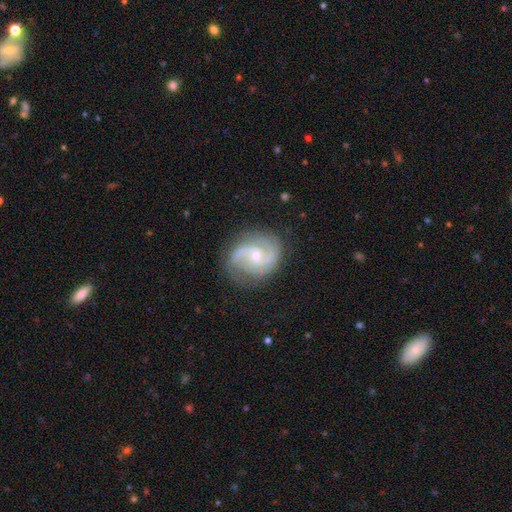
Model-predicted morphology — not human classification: smooth_or_featured: featured or disk (p=0.88) [alt: smooth p=0.07]
disk_edge_on: no (p=0.98) [alt: yes p=0.02]
bar: no (p=0.48) [alt: weak p=0.44]
has_spiral_arms: yes (p=0.97) [alt: no p=0.03]
spiral_winding: medium (p=0.56) [alt: tight p=0.26]
spiral_arm_count: 2 (p=0.85) [alt: 3 p=0.06]
bulge_size: small (p=0.52) [alt: moderate p=0.44]
merging: none (p=0.79) [alt: minor disturbance p=0.15]